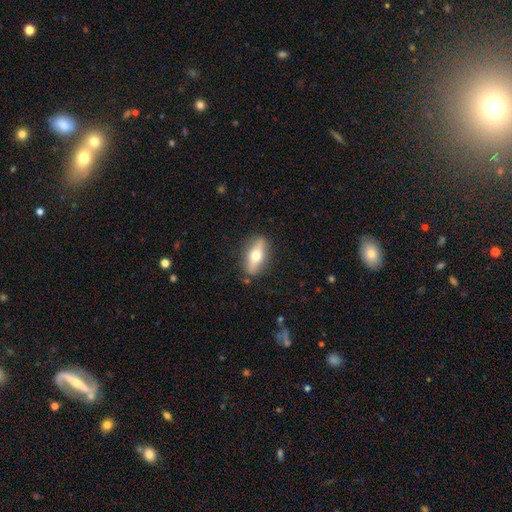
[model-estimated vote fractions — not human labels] smooth_or_featured: featured or disk (p=0.47) [tied with: smooth p=0.47]
merging: none (p=0.86) [alt: minor disturbance p=0.10]